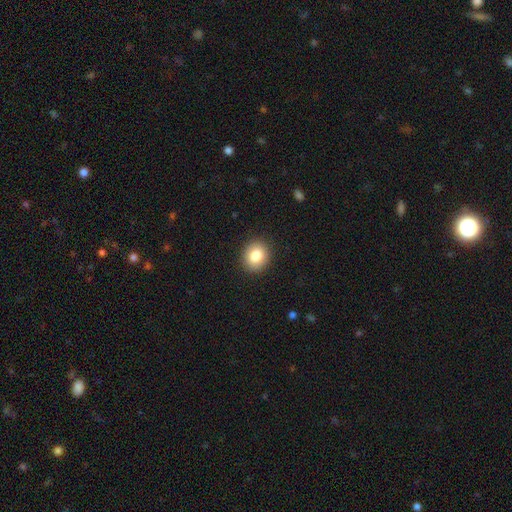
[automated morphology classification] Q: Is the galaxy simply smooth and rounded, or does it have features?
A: smooth — 85%.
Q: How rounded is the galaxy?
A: round — 66%.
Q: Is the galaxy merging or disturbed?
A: none — 90%.